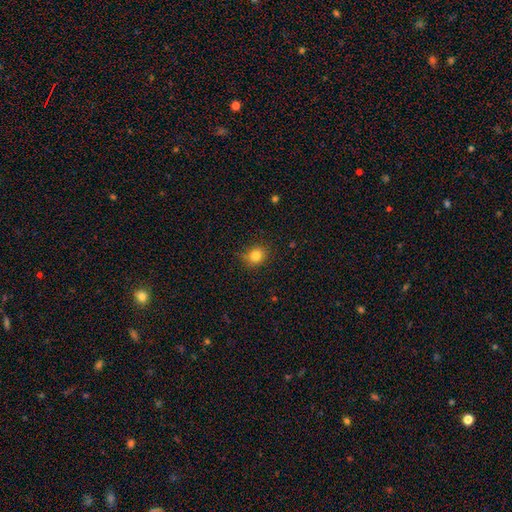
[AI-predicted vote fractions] Overall: smooth (81%). How rounded: round (78%). Merging: none (79%).